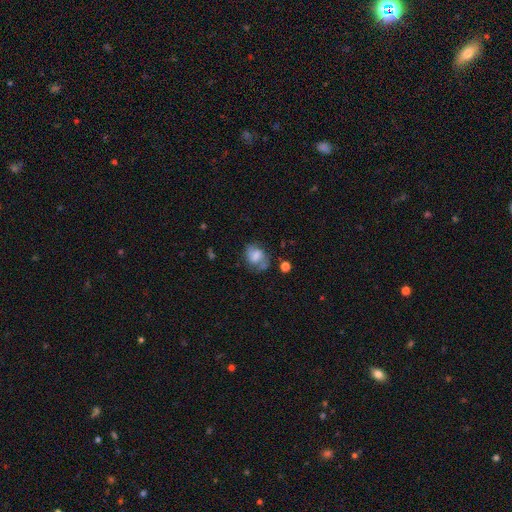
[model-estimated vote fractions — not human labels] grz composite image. It shows a smooth galaxy with no disk features (49%). Merging: none (52%).